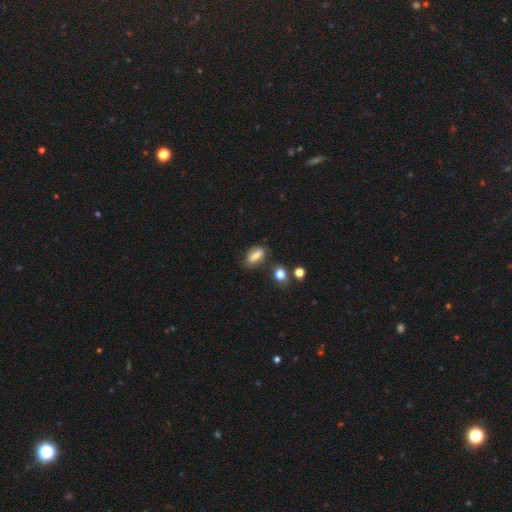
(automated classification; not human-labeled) This appears to be a smooth galaxy with no disk features (61%) that is in between round and cigar-shaped (81%). Merging: none (66%).